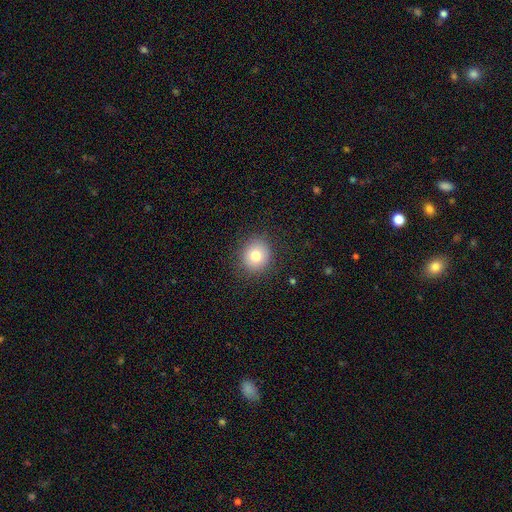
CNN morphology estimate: The model was most divided on "how rounded": round: 82%, in between: 17%, cigar-shaped: 1%. More confident: merging — none (87%); smooth or featured — smooth (79%).